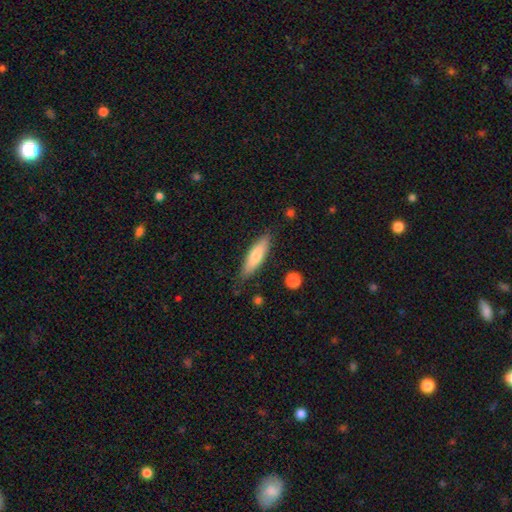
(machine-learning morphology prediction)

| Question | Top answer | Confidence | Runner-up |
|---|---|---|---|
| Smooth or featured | smooth | 71% | featured or disk (23%) |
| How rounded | cigar-shaped | 68% | in between (31%) |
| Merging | none | 84% | minor disturbance (12%) |